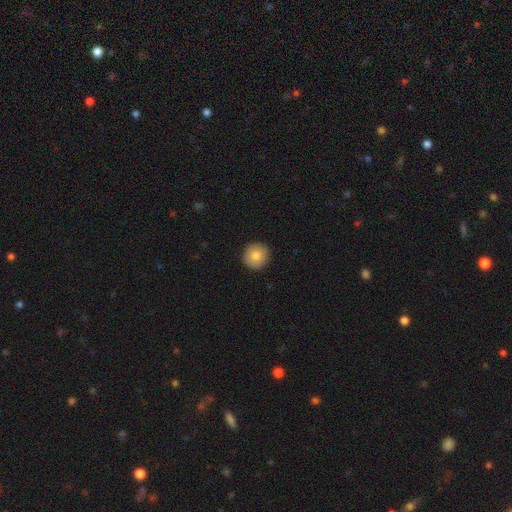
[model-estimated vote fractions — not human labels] Smooth or featured? smooth (82%)
How rounded? round (95%)
Merging? none (92%)